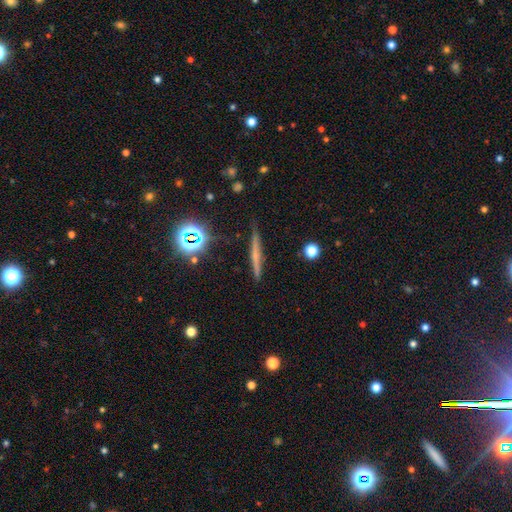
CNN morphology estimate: smooth_or_featured: featured or disk (p=0.44) [alt: smooth p=0.40]
merging: none (p=0.86) [alt: minor disturbance p=0.10]